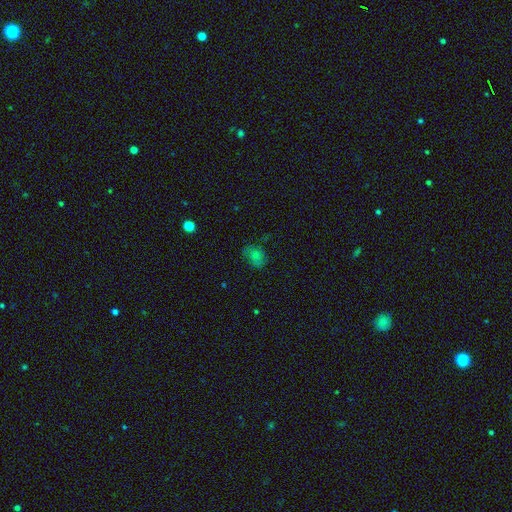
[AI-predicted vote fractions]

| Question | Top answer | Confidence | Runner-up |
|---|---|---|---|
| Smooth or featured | smooth | 70% | star or artifact (16%) |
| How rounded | in between | 58% | round (41%) |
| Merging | none | 64% | minor disturbance (25%) |